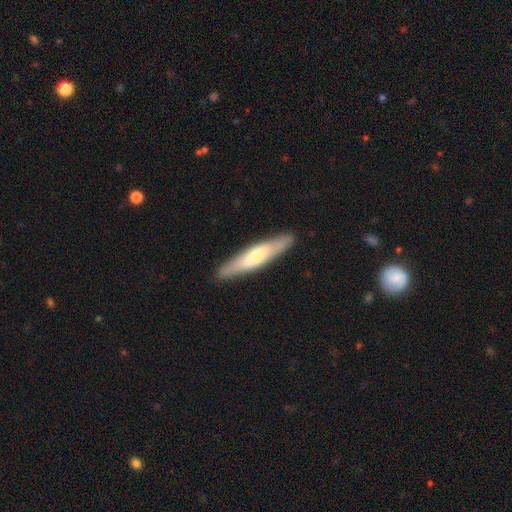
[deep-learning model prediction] This appears to be a smooth galaxy with no disk features (49%). Merging: none (89%).